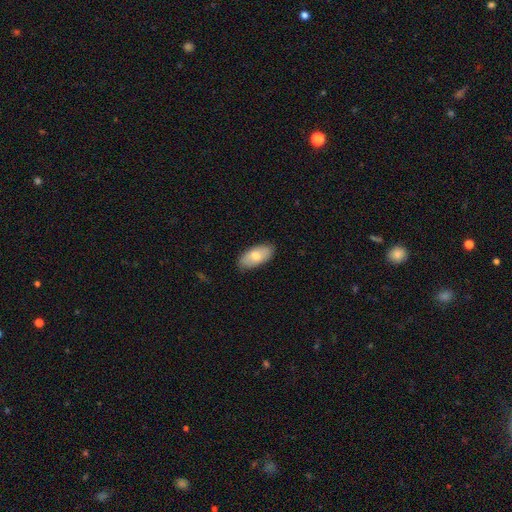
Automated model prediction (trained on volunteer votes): smooth_or_featured: smooth (p=0.72) [alt: featured or disk p=0.22]
how_rounded: in between (p=0.93) [alt: cigar-shaped p=0.05]
merging: none (p=0.86) [alt: minor disturbance p=0.11]